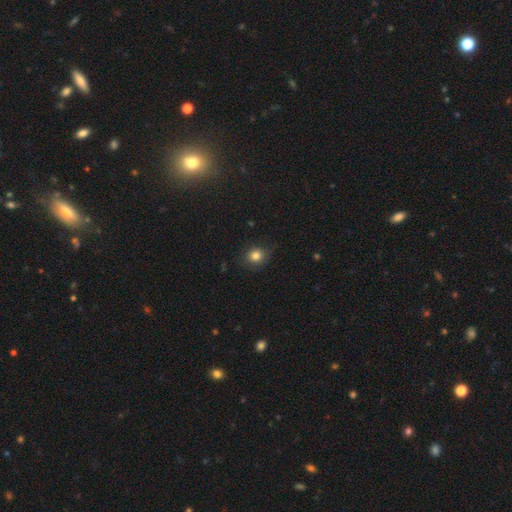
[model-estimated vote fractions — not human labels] smooth 81%, star or artifact 12%, featured or disk 6%. Down the decision tree: how rounded — round (80%); merging — none (80%).